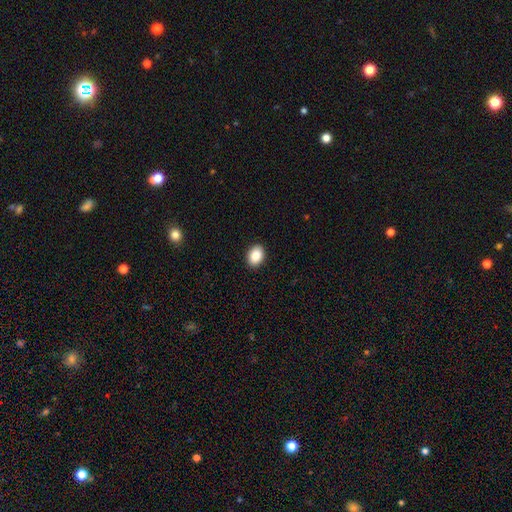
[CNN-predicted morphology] This appears to be a smooth galaxy with no disk features (89%) that is in between round and cigar-shaped (78%). Merging: none (91%).